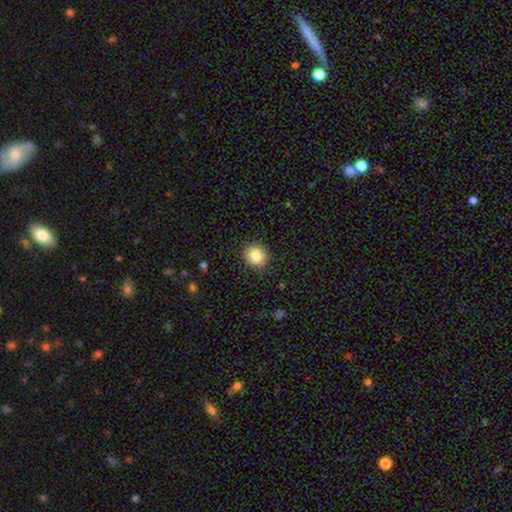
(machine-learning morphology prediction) This appears to be a smooth galaxy with no disk features (83%) that is round (82%). Merging: none (89%).